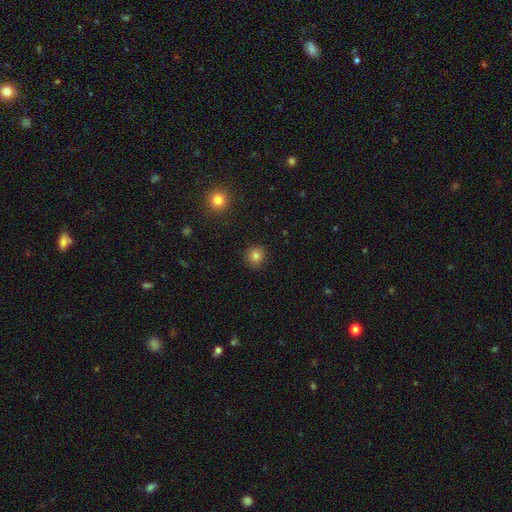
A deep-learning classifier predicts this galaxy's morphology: type=smooth (81%); roundness=round (90%); merging=none (89%).